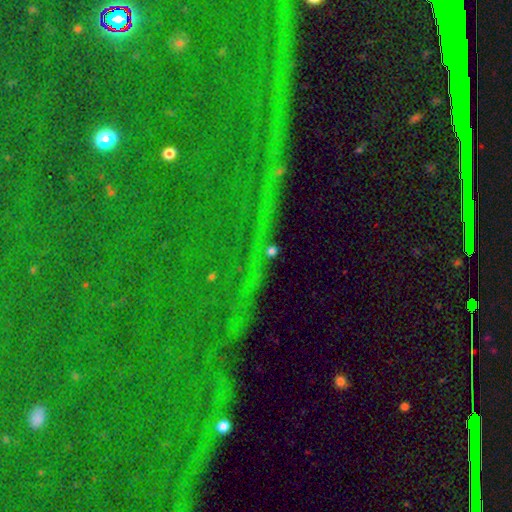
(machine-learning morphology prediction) A star or artifact, not a galaxy (69%).

Vote fractions:
- Smooth or featured? star or artifact: 69% / smooth: 19% / featured or disk: 11%